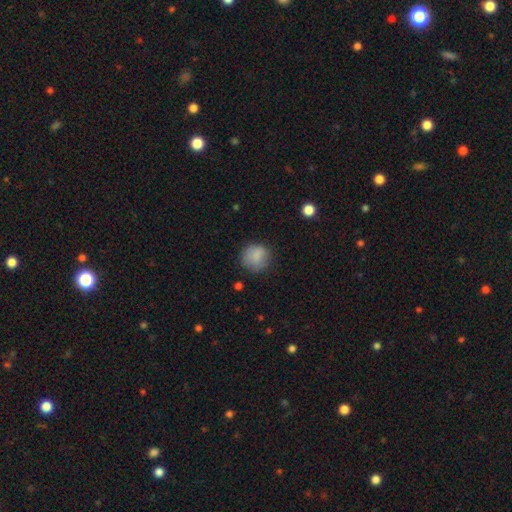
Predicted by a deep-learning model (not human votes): Smooth or featured?
  - smooth: 84% *
  - star or artifact: 9%
  - featured or disk: 7%
How rounded?
  - round: 88% *
  - in between: 11%
  - cigar-shaped: 1%
Merging?
  - none: 76% *
  - minor disturbance: 17%
  - major disturbance: 5%
  - merger: 2%